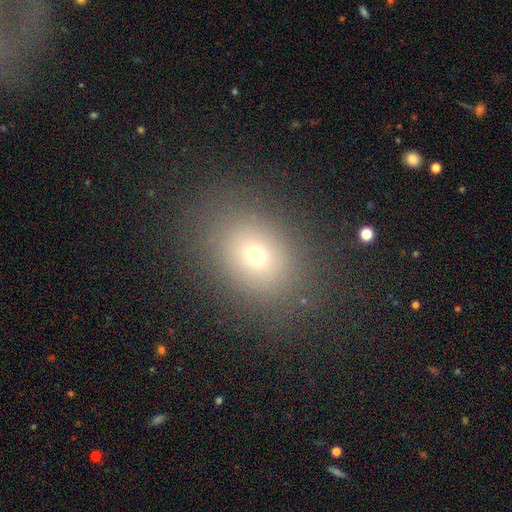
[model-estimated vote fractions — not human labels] smooth-or-featured: smooth: 67% | star or artifact: 21% | featured or disk: 12%
  how-rounded: in between: 53% | round: 46% | cigar-shaped: 1%
  merging: none: 84% | minor disturbance: 9% | major disturbance: 6% | merger: 1%